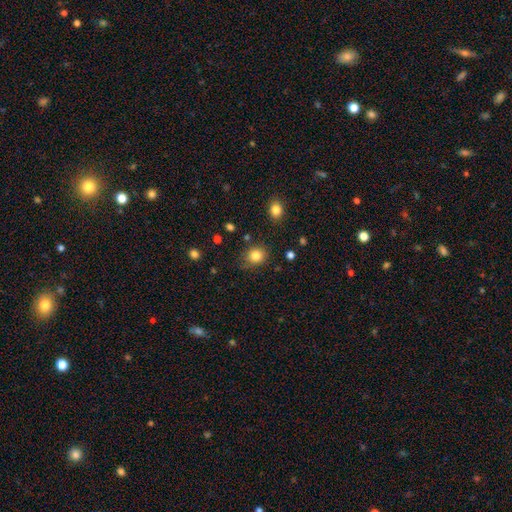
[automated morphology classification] A smooth galaxy with no disk features (83%) that is round (75%). Merging: none (77%).